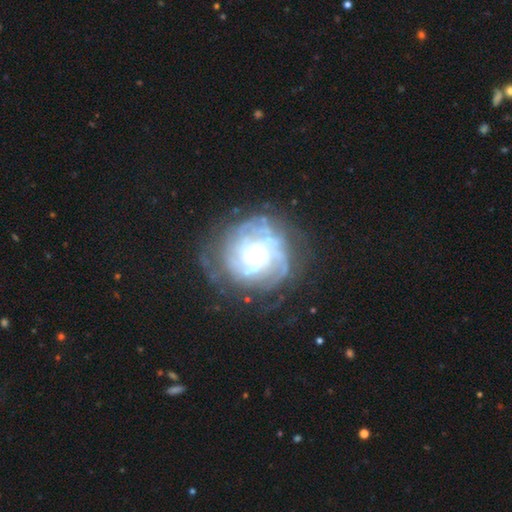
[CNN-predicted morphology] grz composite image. It shows a featured or disk galaxy (84%) with no bar (75%), tight (65%) spiral arms (93%) and a moderate central bulge (59%). Merging: none (68%).